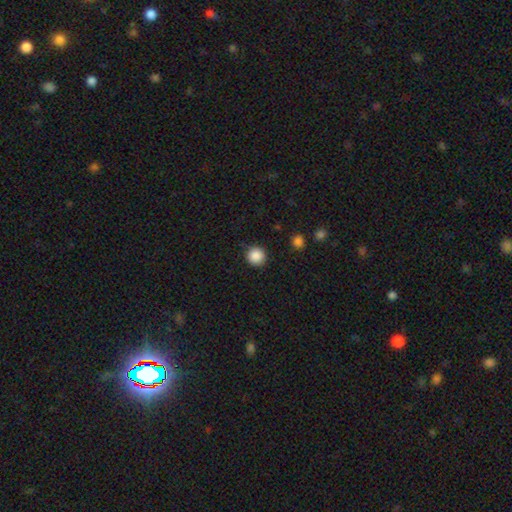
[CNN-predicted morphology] Q: Smooth or featured?
A: smooth (88%); runner-up: star or artifact (9%)
Q: How rounded?
A: round (95%); runner-up: in between (4%)
Q: Merging?
A: none (89%); runner-up: minor disturbance (7%)